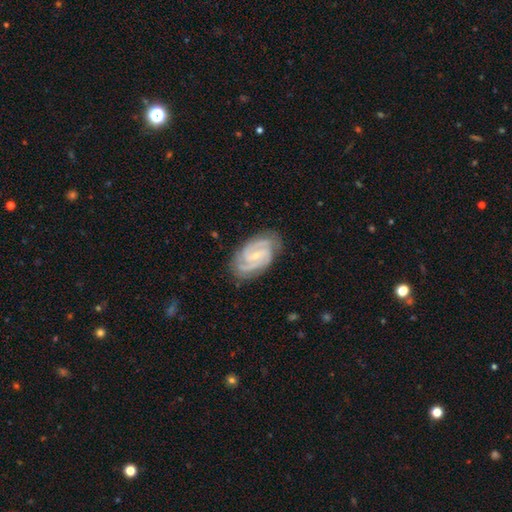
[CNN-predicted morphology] This is clearly a featured or disk galaxy (90%). It is clearly not viewed edge-on (97%). Bar: marginally weak (45%). Spiral arm pattern: clearly yes (98%). Spiral arm count: possibly 2 (49%). Spiral winding: possibly tight (55%). Central bulge: likely small (73%). Merging: clearly none (81%).